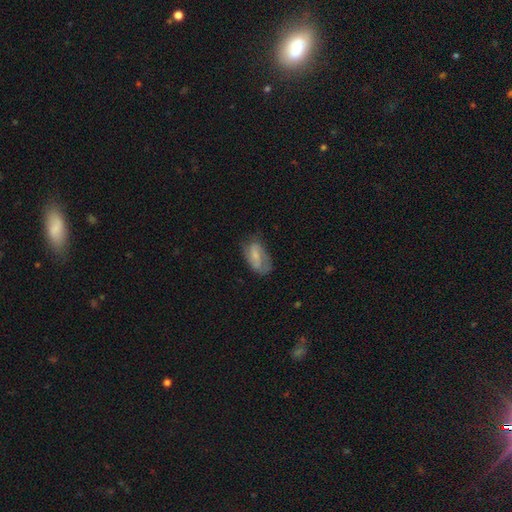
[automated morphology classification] A featured or disk galaxy (47%). Merging: none (55%).